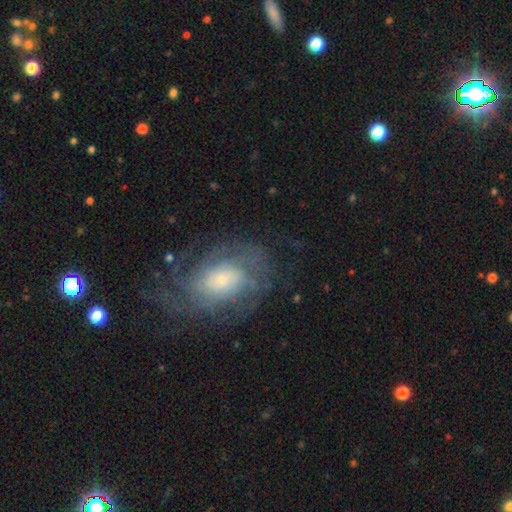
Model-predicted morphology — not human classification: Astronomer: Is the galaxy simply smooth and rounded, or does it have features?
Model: featured or disk — 59%.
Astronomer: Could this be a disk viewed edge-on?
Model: no — 94%.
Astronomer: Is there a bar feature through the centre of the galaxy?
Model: no — 64%.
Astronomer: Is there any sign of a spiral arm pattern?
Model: yes — 85%.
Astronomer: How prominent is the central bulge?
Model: moderate — 47% (runner-up: small, 30%).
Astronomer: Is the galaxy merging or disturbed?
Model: none — 75%.